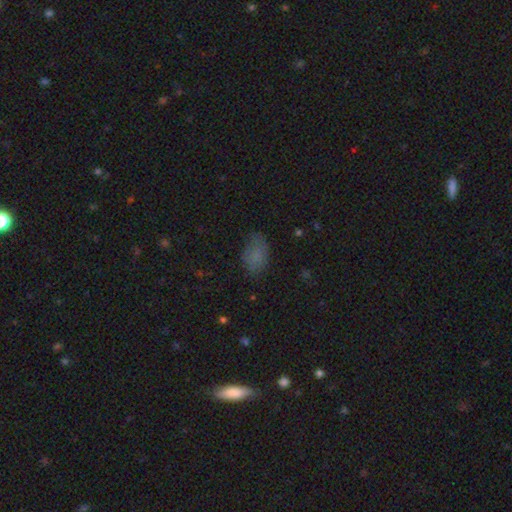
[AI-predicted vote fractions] smooth-or-featured: smooth: 77% | star or artifact: 13% | featured or disk: 9%
  how-rounded: in between: 90% | round: 9% | cigar-shaped: 2%
  merging: none: 68% | minor disturbance: 24% | major disturbance: 7% | merger: 1%